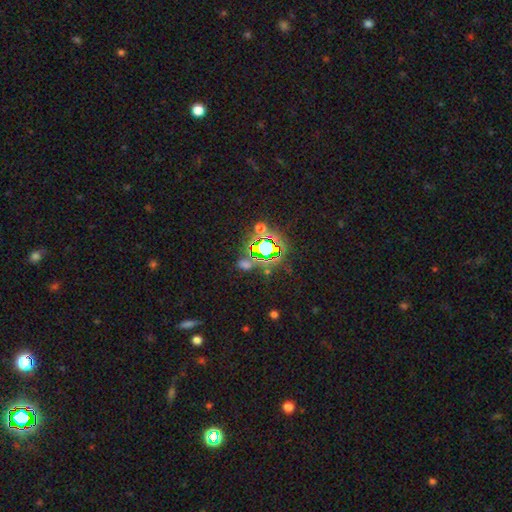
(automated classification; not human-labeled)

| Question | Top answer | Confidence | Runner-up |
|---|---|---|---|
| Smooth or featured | star or artifact | 80% | smooth (12%) |